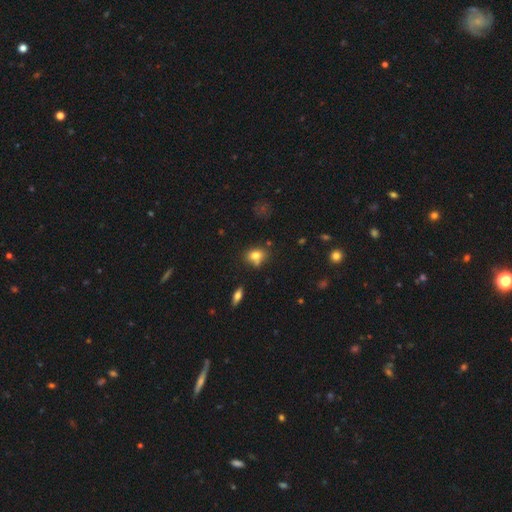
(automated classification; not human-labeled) A smooth galaxy with no disk features (76%) that is in between round and cigar-shaped (60%). Merging: none (59%).